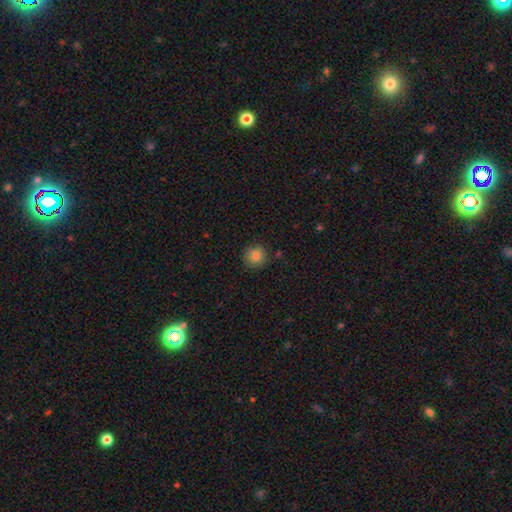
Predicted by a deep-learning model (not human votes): This appears to be a smooth galaxy with no disk features (84%) that is round (92%). Merging: none (86%).